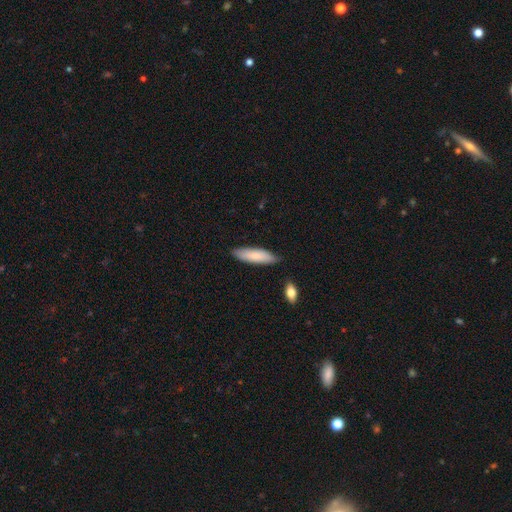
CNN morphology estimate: Smooth or featured?
  - smooth: 80% *
  - featured or disk: 15%
  - star or artifact: 5%
How rounded?
  - cigar-shaped: 56% *
  - in between: 43%
  - round: 1%
Merging?
  - none: 82% *
  - minor disturbance: 13%
  - merger: 2%
  - major disturbance: 2%